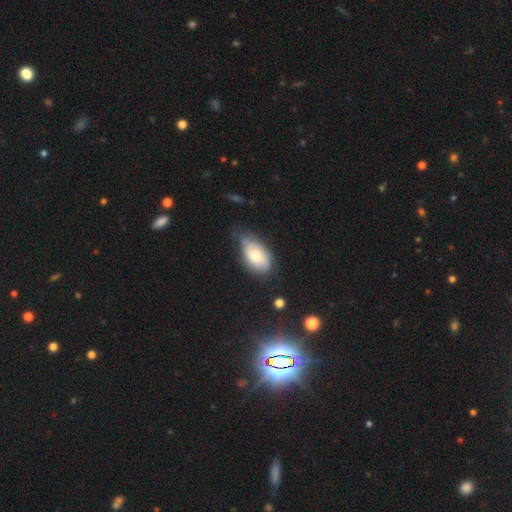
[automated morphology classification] Smooth or featured? smooth (69%)
How rounded? in between (93%)
Merging? none (46%)